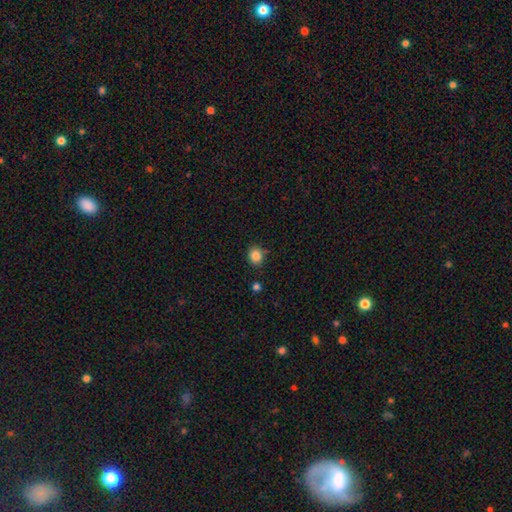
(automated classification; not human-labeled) Smooth or featured?
  - smooth: 85% *
  - star or artifact: 11%
  - featured or disk: 4%
How rounded?
  - round: 77% *
  - in between: 23%
  - cigar-shaped: 1%
Merging?
  - none: 82% *
  - minor disturbance: 12%
  - merger: 3%
  - major disturbance: 3%